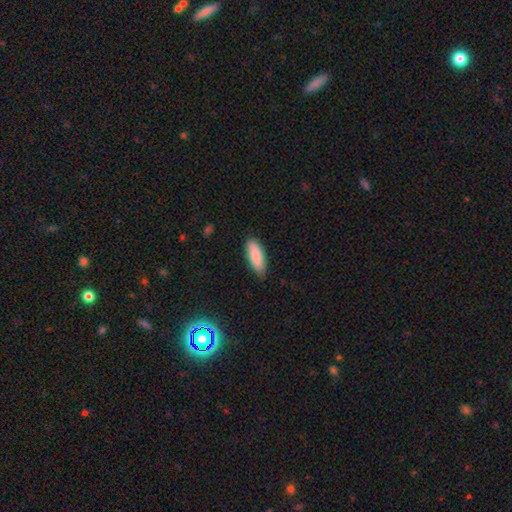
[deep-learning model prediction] Smooth or featured: smooth — 87% (featured or disk — 7%)
How rounded: in between — 65% (cigar-shaped — 33%)
Merging: none — 85% (minor disturbance — 12%)